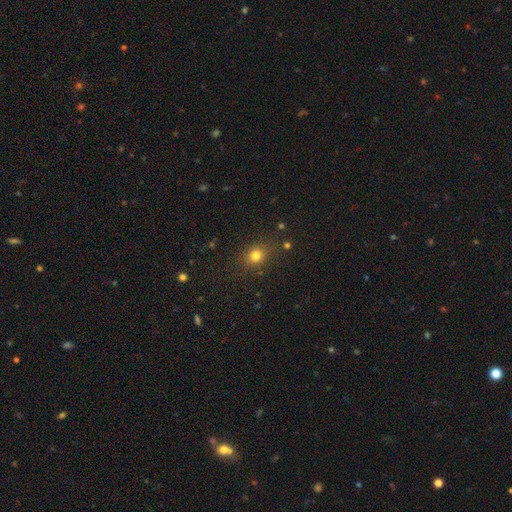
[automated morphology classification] The model was most divided on "how rounded": round: 68%, in between: 30%, cigar-shaped: 1%. More confident: merging — none (82%); smooth or featured — smooth (78%).